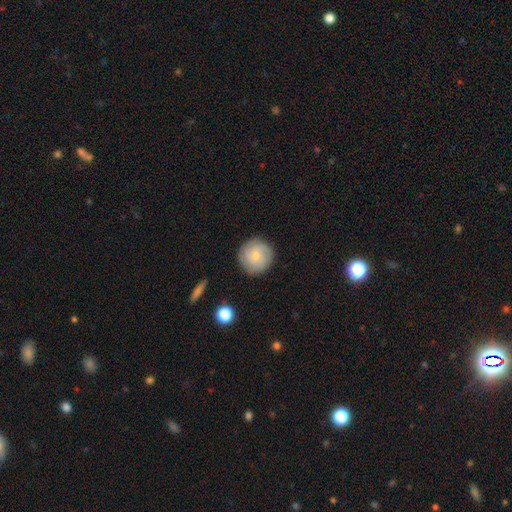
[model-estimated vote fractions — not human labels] This is possibly a smooth galaxy (47%). Merging: clearly none (86%).